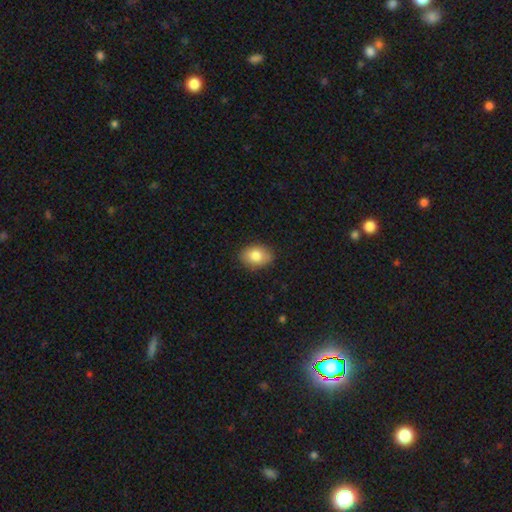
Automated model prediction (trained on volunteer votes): Smooth or featured? smooth (83%)
How rounded? in between (75%)
Merging? none (86%)